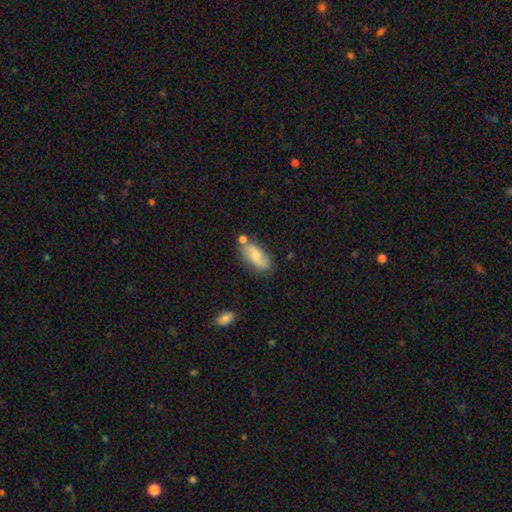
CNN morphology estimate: smooth 63%, featured or disk 30%, star or artifact 7%. Down the decision tree: how rounded — in between (87%); merging — none (61%).